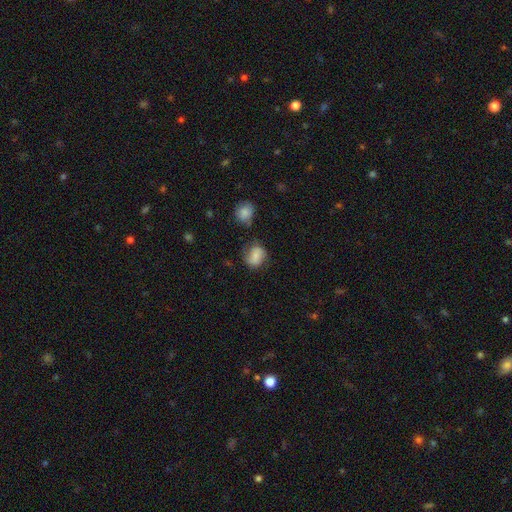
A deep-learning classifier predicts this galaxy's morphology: Q: Smooth or featured?
A: smooth (63%); runner-up: featured or disk (28%)
Q: How rounded?
A: round (61%); runner-up: in between (37%)
Q: Merging?
A: none (64%); runner-up: minor disturbance (23%)